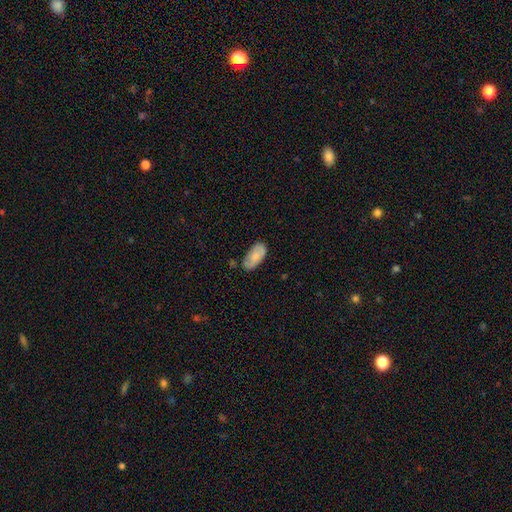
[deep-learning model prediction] A smooth galaxy with no disk features (71%) that is in between round and cigar-shaped (93%). Merging: none (69%).